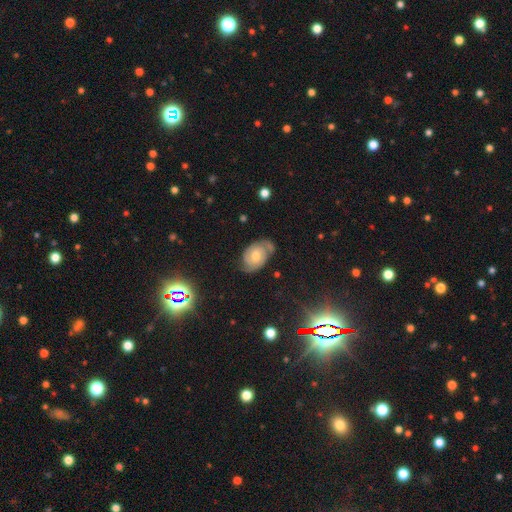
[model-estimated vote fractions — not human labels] smooth_or_featured: featured or disk (p=0.72) [alt: smooth p=0.17]
disk_edge_on: no (p=0.96) [alt: yes p=0.04]
bar: no (p=0.65) [alt: weak p=0.30]
has_spiral_arms: yes (p=0.92) [alt: no p=0.08]
spiral_winding: tight (p=0.58) [alt: medium p=0.34]
spiral_arm_count: 2 (p=0.76) [alt: can't tell p=0.14]
bulge_size: moderate (p=0.64) [alt: small p=0.28]
merging: none (p=0.73) [alt: minor disturbance p=0.20]